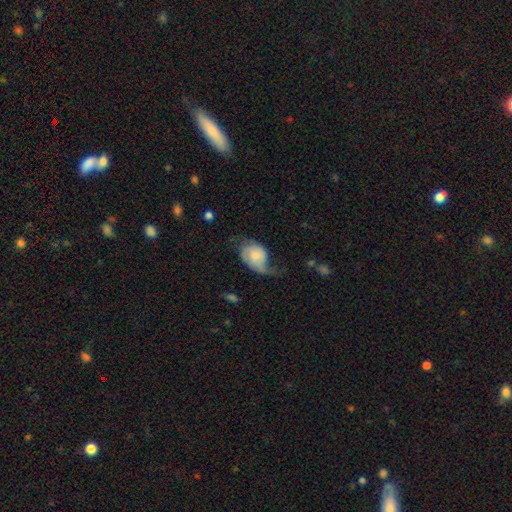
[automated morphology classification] A smooth galaxy with no disk features (51%) that is in between round and cigar-shaped (76%).

Vote fractions:
- Smooth or featured? smooth: 51% / featured or disk: 42% / star or artifact: 7%
- How rounded? in between: 76% / round: 22% / cigar-shaped: 1%
- Merging? major disturbance: 38% / minor disturbance: 35% / none: 24% / merger: 3%